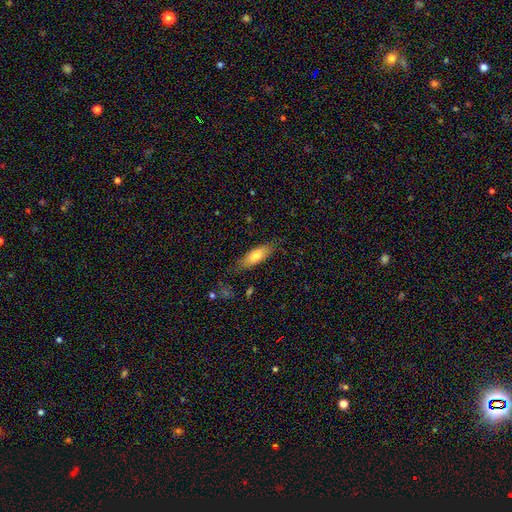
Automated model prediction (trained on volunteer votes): A smooth galaxy with no disk features (72%) that is in between round and cigar-shaped (61%). Merging: none (76%).